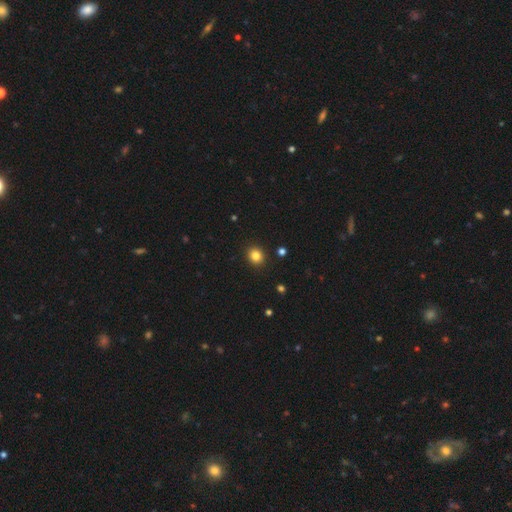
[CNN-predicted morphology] smooth-or-featured: smooth: 83% | star or artifact: 12% | featured or disk: 5%
  how-rounded: round: 78% | in between: 22% | cigar-shaped: 1%
  merging: none: 91% | minor disturbance: 6% | major disturbance: 2% | merger: 1%